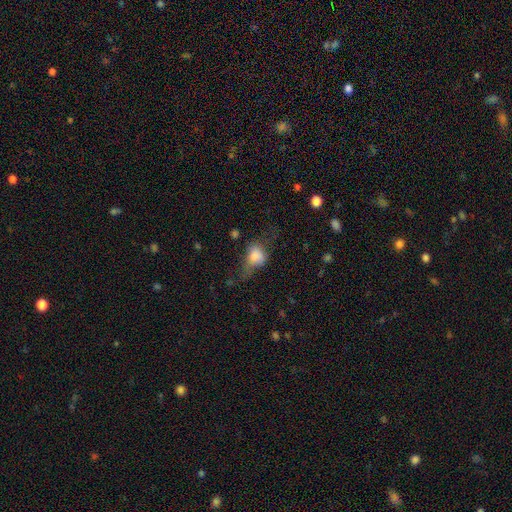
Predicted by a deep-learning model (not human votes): smooth_or_featured: smooth (p=0.72) [alt: featured or disk p=0.18]
how_rounded: in between (p=0.60) [alt: round p=0.38]
merging: major disturbance (p=0.37) [alt: minor disturbance p=0.30]